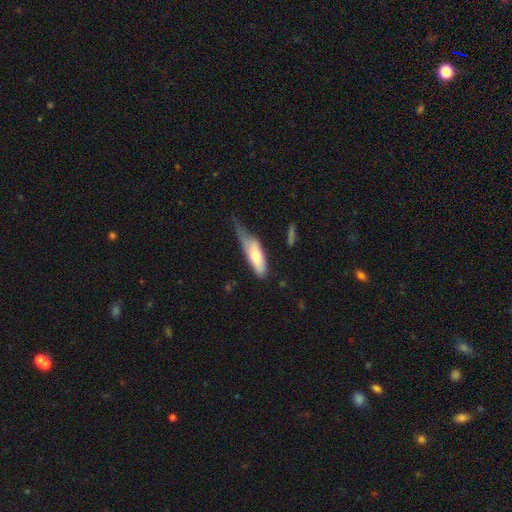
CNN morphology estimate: Q: Smooth or featured?
A: smooth (68%); runner-up: featured or disk (27%)
Q: How rounded?
A: in between (61%); runner-up: cigar-shaped (37%)
Q: Merging?
A: minor disturbance (39%); runner-up: major disturbance (34%)